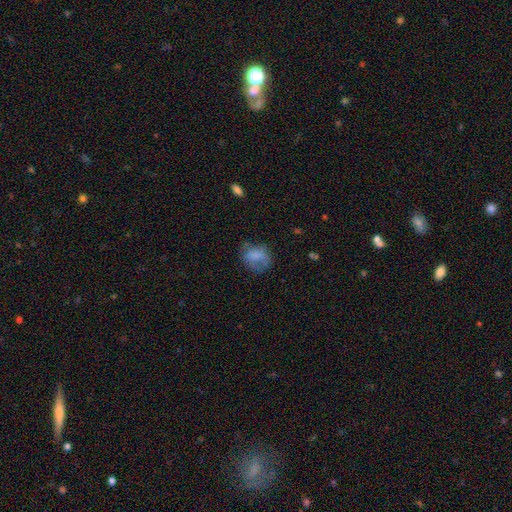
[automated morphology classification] Smooth or featured? Predicted: smooth (p=0.68). How rounded? Predicted: round (p=0.58). Merging? Predicted: none (p=0.49).